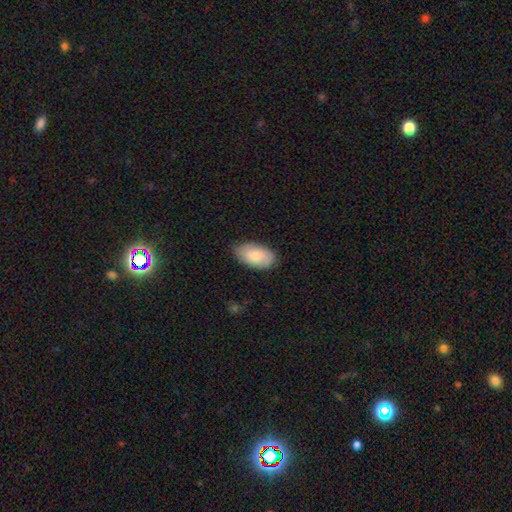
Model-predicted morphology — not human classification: Q: Smooth or featured?
A: smooth (77%); runner-up: featured or disk (17%)
Q: How rounded?
A: in between (94%); runner-up: round (4%)
Q: Merging?
A: none (77%); runner-up: minor disturbance (19%)